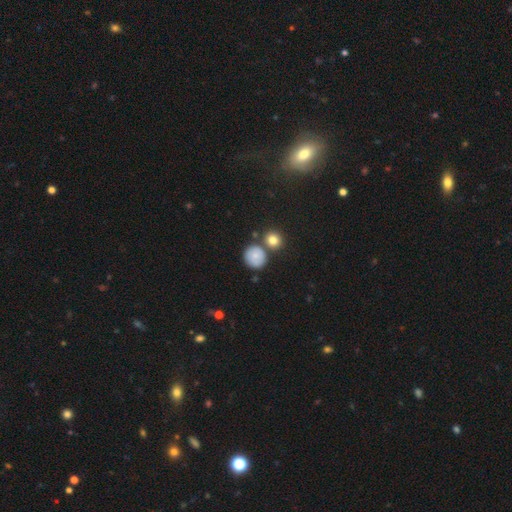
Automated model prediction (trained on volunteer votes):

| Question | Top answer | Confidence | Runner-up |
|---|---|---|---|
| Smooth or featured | smooth | 75% | featured or disk (15%) |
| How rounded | round | 89% | in between (10%) |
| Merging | none | 71% | minor disturbance (13%) |